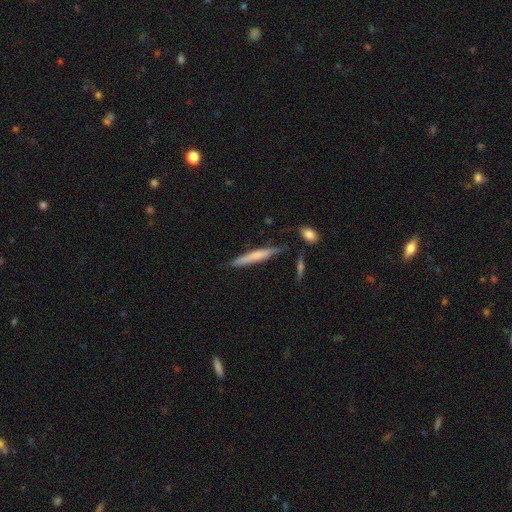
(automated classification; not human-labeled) Smooth or featured: smooth — 59% (featured or disk — 35%)
How rounded: cigar-shaped — 94% (in between — 5%)
Merging: none — 80% (minor disturbance — 14%)